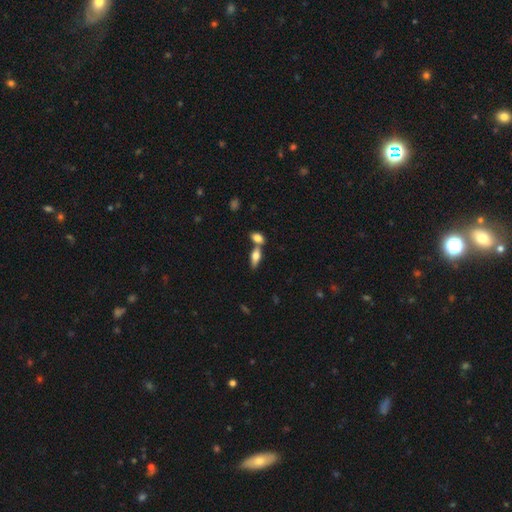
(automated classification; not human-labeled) A smooth galaxy with no disk features (65%) that is in between round and cigar-shaped (74%). Merging: none (46%).